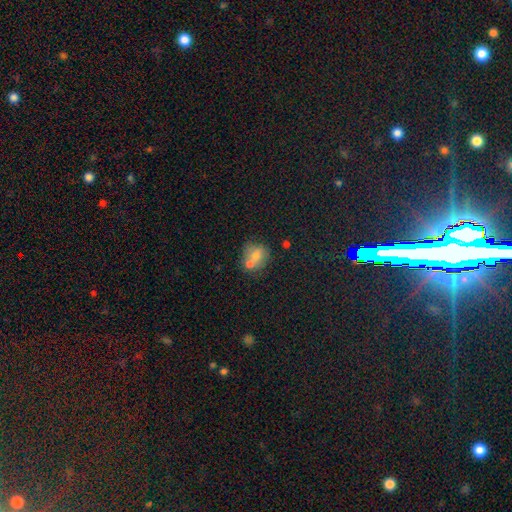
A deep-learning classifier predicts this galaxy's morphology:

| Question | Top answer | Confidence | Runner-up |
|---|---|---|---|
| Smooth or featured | smooth | 68% | featured or disk (21%) |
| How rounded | round | 60% | in between (39%) |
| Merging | merger | 43% | none (40%) |